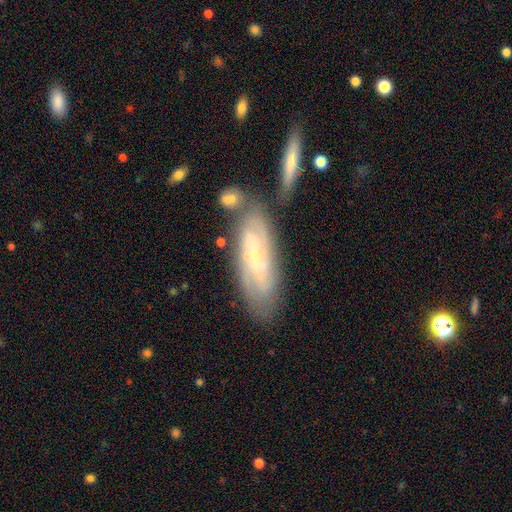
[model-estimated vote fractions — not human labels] The model was most divided on "bar": no: 52%, weak: 36%, strong: 13%. More confident: spiral arms — yes (87%); edge-on disk — no (83%); bulge size — small (77%); smooth or featured — featured or disk (68%); merging — none (62%).